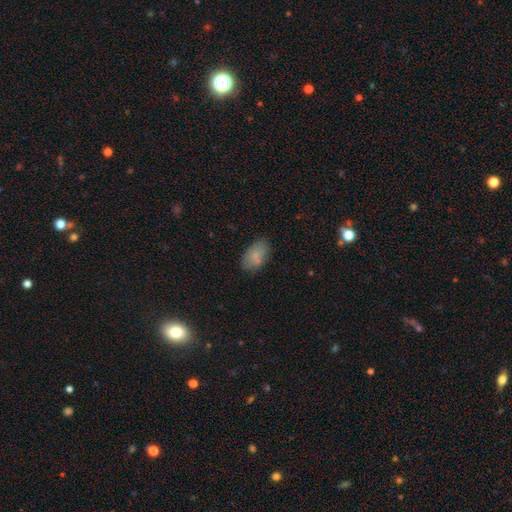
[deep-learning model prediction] A smooth galaxy with no disk features (79%) that is in between round and cigar-shaped (93%). Merging: none (76%).